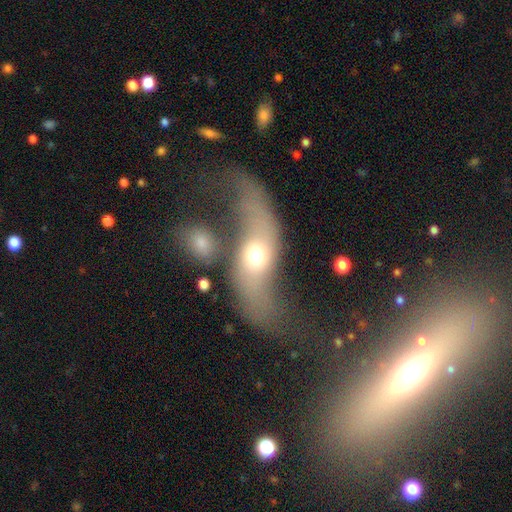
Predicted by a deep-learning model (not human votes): featured or disk 63%, smooth 29%, star or artifact 8%. Down the decision tree: edge-on disk — no (86%); bar — no (64%); spiral arms — yes (74%); bulge size — moderate (61%); merging — major disturbance (32%).